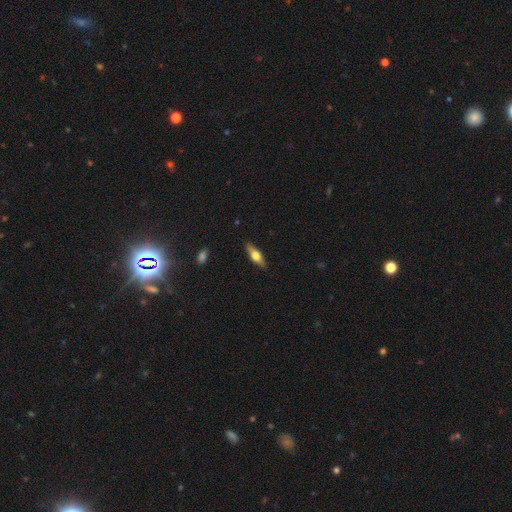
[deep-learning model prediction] Morphology: type=featured or disk (49%); merging=none (87%).